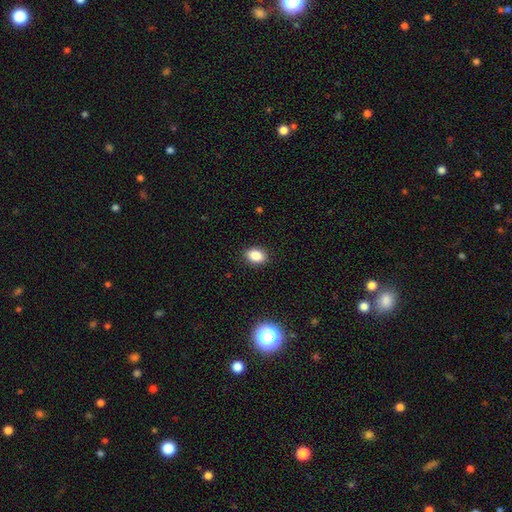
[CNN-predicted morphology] This is clearly a smooth galaxy (86%). How rounded: likely in between (79%). Merging: clearly none (89%).